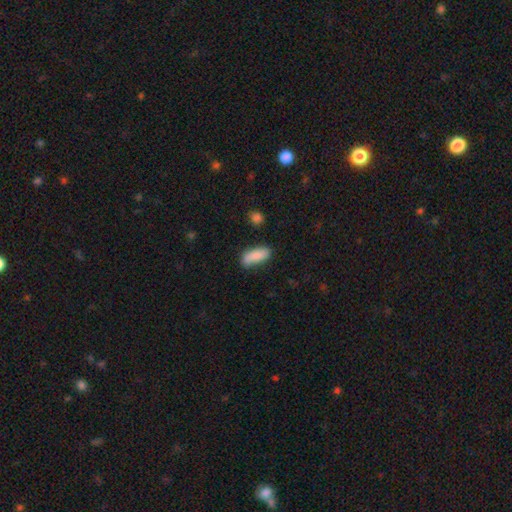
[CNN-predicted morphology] This appears to be a smooth galaxy with no disk features (81%) that is in between round and cigar-shaped (76%). Merging: none (70%).